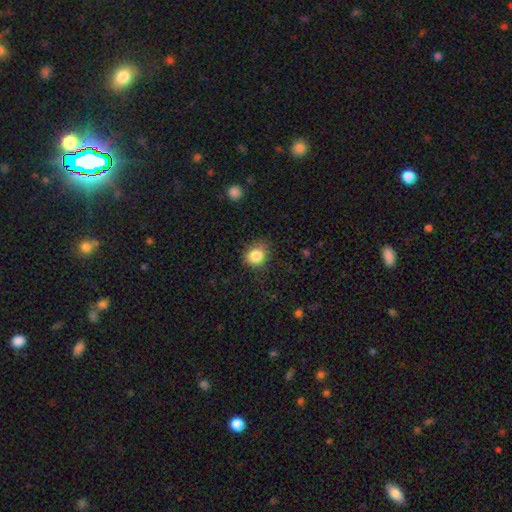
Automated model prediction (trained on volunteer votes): smooth_or_featured: smooth (p=0.84) [alt: star or artifact p=0.10]
how_rounded: round (p=0.70) [alt: in between p=0.29]
merging: none (p=0.73) [alt: minor disturbance p=0.21]